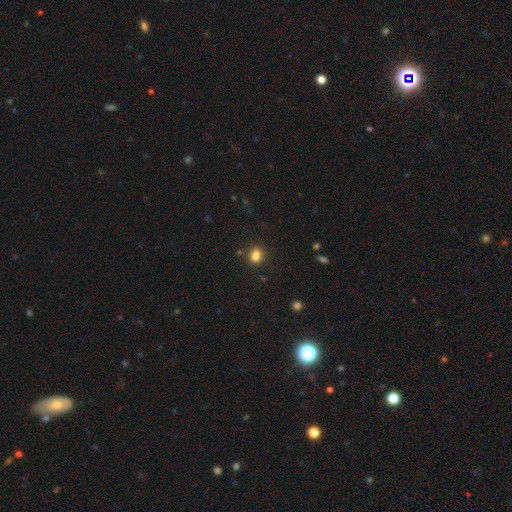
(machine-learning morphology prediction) A smooth galaxy with no disk features (79%) that is round (58%). Merging: none (62%).